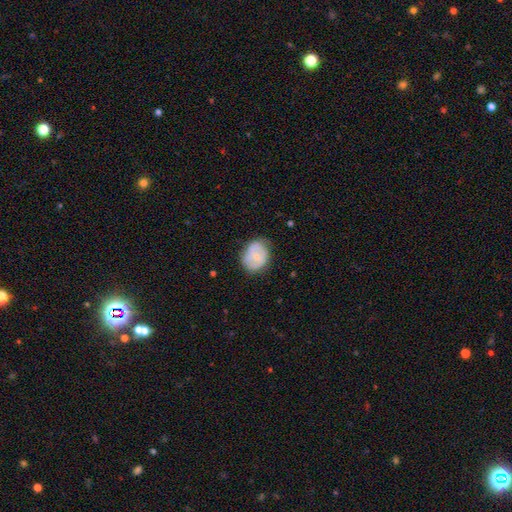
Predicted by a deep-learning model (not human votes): smooth 55%, featured or disk 39%, star or artifact 7%. Down the decision tree: how rounded — in between (53%); merging — none (67%).